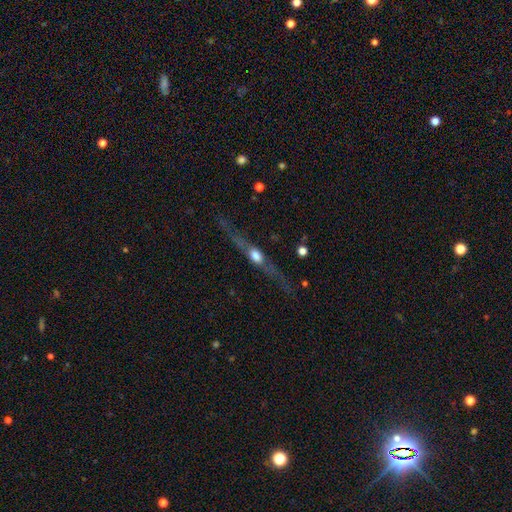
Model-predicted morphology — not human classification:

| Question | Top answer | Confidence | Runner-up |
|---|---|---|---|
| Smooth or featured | featured or disk | 77% | smooth (17%) |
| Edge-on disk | yes | 92% | no (8%) |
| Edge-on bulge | rounded | 89% | boxy (7%) |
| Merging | none | 78% | minor disturbance (13%) |